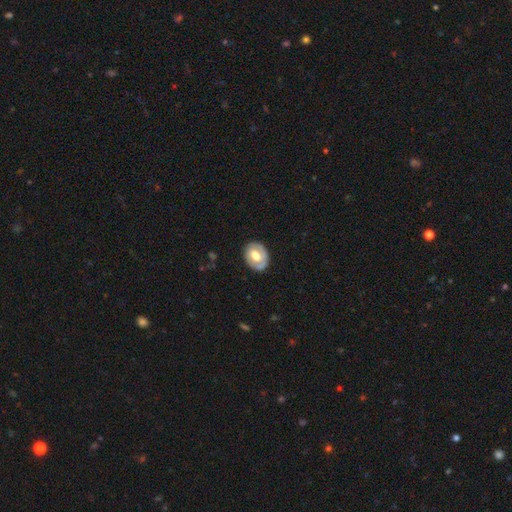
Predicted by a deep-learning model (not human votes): Smooth or featured: featured or disk — 55% (smooth — 40%)
Edge-on disk: no — 94% (yes — 6%)
Bar: no — 56% (weak — 33%)
Spiral arms: no — 59% (yes — 41%)
Bulge size: moderate — 59% (large — 32%)
Merging: none — 79% (minor disturbance — 15%)